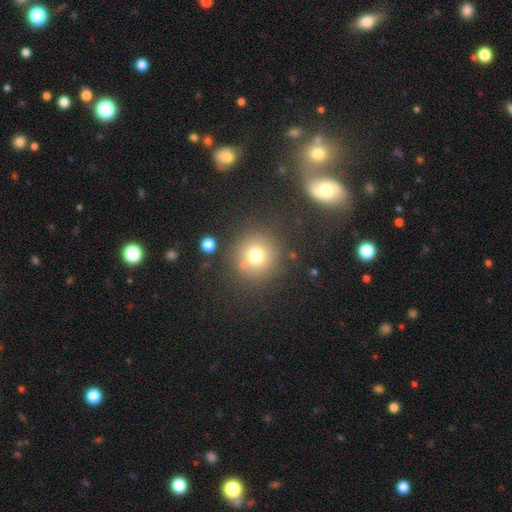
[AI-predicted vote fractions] This is likely a smooth galaxy (72%). How rounded: clearly round (92%). Merging: clearly none (80%).